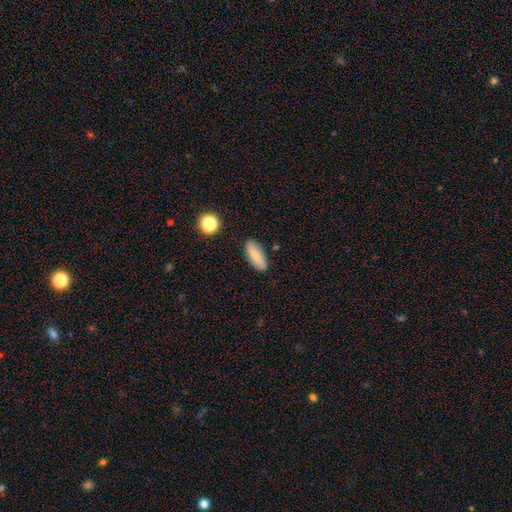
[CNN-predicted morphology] smooth_or_featured: smooth (p=0.77) [alt: featured or disk p=0.16]
how_rounded: in between (p=0.71) [alt: cigar-shaped p=0.26]
merging: none (p=0.85) [alt: minor disturbance p=0.11]